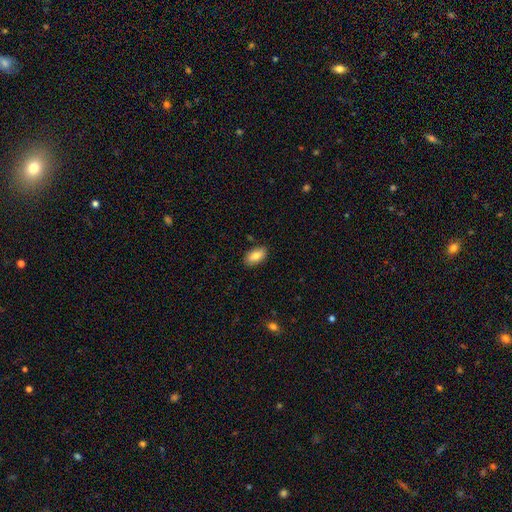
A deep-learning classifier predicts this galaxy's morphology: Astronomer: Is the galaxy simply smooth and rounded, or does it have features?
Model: smooth — 83%.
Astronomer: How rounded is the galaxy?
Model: in between — 92%.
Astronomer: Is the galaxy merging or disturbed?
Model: none — 87%.